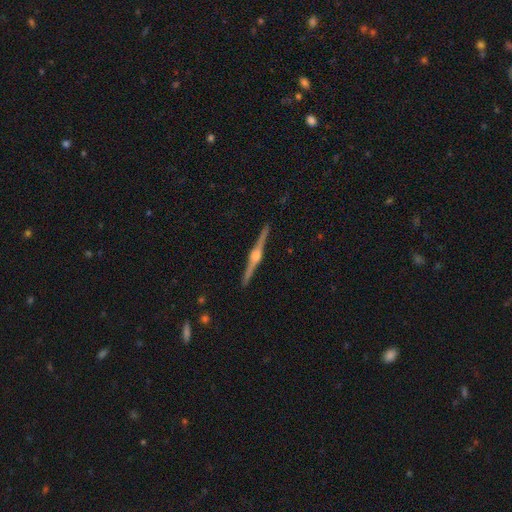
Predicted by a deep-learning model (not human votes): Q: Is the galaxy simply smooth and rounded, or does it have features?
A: featured or disk — 89%.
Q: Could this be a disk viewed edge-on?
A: yes — 99%.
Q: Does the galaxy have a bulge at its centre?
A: rounded — 89%.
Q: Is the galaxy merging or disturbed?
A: none — 92%.